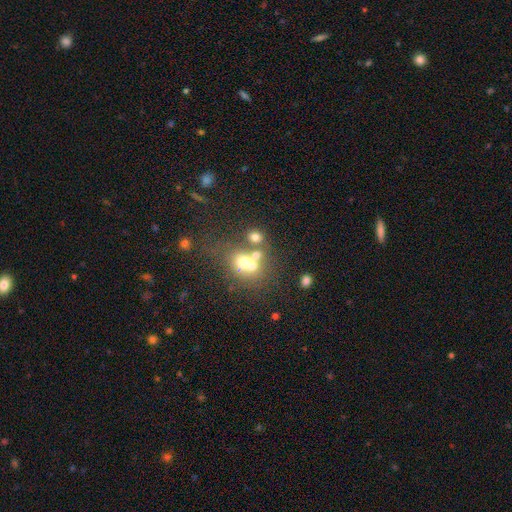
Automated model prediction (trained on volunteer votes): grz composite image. It shows a smooth galaxy with no disk features (57%) that is round (61%). Merging: merger (50%).